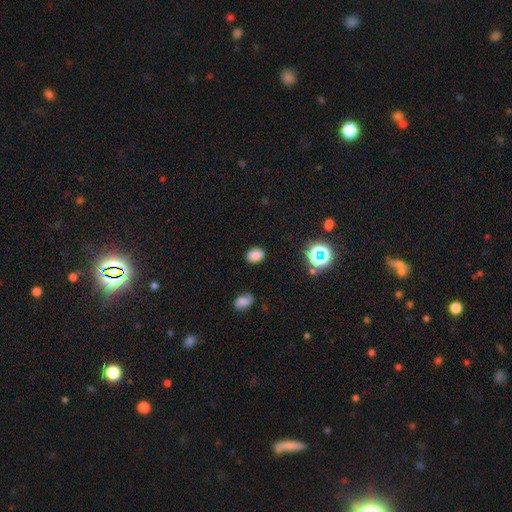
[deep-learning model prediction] A smooth galaxy with no disk features (79%) that is in between round and cigar-shaped (64%).

Vote fractions:
- Smooth or featured? smooth: 79% / star or artifact: 14% / featured or disk: 7%
- How rounded? in between: 64% / round: 35% / cigar-shaped: 1%
- Merging? none: 85% / minor disturbance: 10% / major disturbance: 3% / merger: 1%